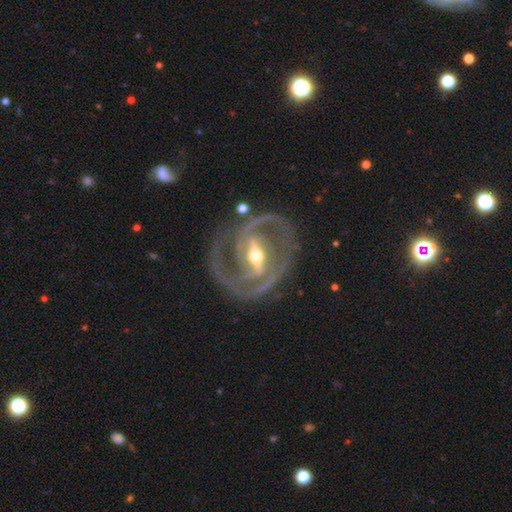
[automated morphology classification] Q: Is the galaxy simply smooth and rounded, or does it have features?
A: featured or disk — 92%.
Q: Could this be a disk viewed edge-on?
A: no — 96%.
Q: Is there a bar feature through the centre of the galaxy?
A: strong — 73%.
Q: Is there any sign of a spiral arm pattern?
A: yes — 96%.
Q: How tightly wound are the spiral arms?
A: tight — 47%.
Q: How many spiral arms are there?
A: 2 — 80%.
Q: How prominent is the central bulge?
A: moderate — 64%.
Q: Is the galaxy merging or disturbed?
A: none — 76%.